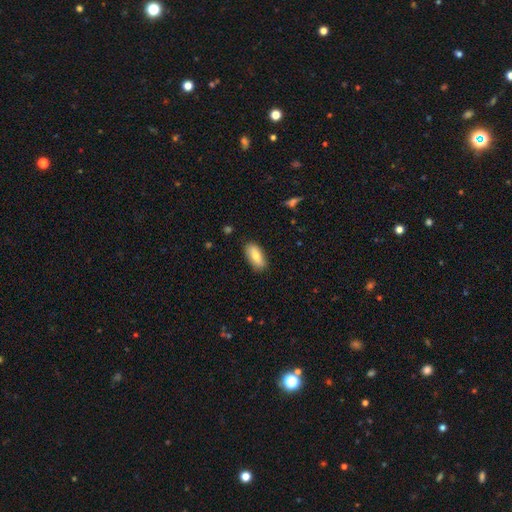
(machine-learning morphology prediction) The model was most divided on "smooth or featured": smooth: 77%, featured or disk: 16%, star or artifact: 7%. More confident: how rounded — in between (88%); merging — none (85%).